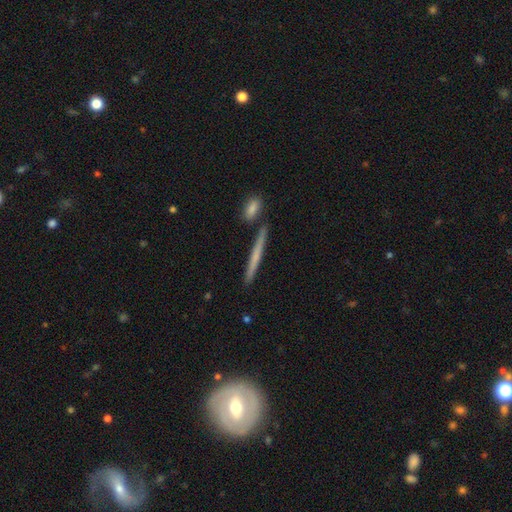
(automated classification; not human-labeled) The model was most divided on "smooth or featured": smooth: 52%, featured or disk: 42%, star or artifact: 6%. More confident: how rounded — cigar-shaped (96%); merging — none (85%).